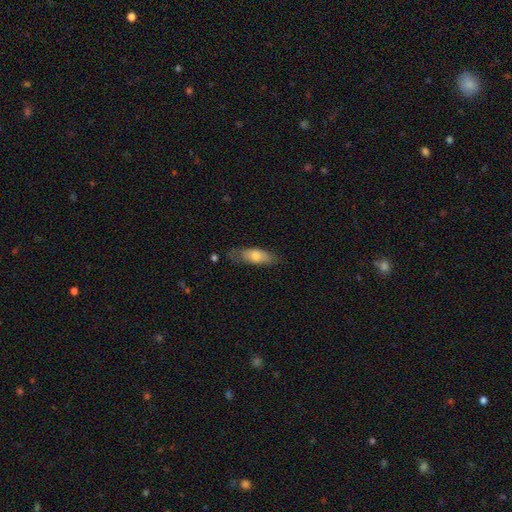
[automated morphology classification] smooth-or-featured: smooth: 73% | featured or disk: 21% | star or artifact: 6%
  how-rounded: in between: 68% | cigar-shaped: 30% | round: 2%
  merging: none: 62% | minor disturbance: 27% | major disturbance: 10% | merger: 2%